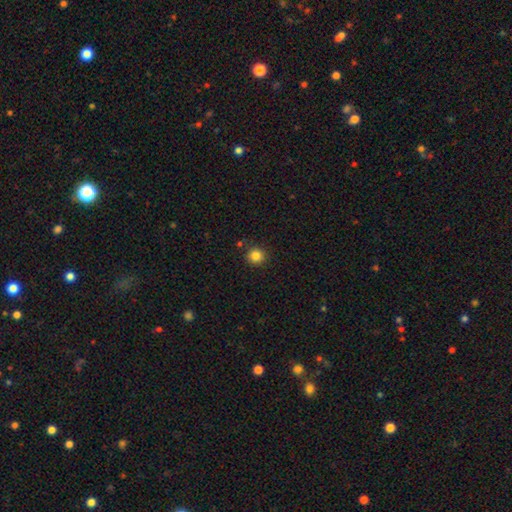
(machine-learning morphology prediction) smooth_or_featured: smooth (p=0.84) [alt: star or artifact p=0.12]
how_rounded: round (p=0.93) [alt: in between p=0.06]
merging: none (p=0.88) [alt: minor disturbance p=0.07]